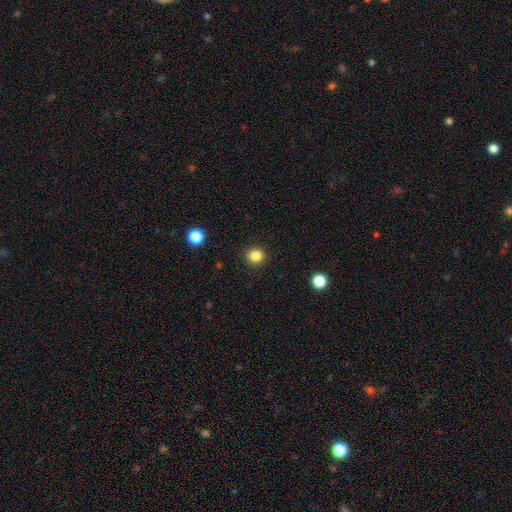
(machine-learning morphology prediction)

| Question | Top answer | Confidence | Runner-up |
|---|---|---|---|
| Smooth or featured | smooth | 84% | star or artifact (12%) |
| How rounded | round | 91% | in between (8%) |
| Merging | none | 92% | minor disturbance (5%) |